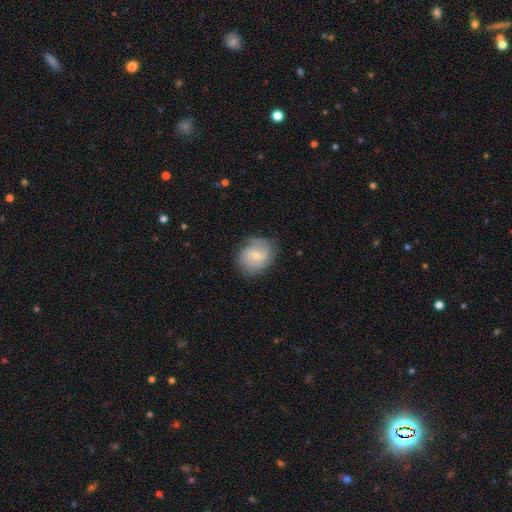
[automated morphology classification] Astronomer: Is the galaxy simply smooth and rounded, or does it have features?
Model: featured or disk — 68%.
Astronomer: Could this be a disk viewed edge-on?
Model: no — 97%.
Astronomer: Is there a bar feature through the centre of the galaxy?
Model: no — 49% (runner-up: weak, 44%).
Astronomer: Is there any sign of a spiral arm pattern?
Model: yes — 90%.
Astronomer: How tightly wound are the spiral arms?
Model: tight — 53% (runner-up: medium, 36%).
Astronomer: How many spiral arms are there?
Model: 2 — 46% (runner-up: can't tell, 26%).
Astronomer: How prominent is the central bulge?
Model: moderate — 48%, tied with small at 48%.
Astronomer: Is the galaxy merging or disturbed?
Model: none — 76%.